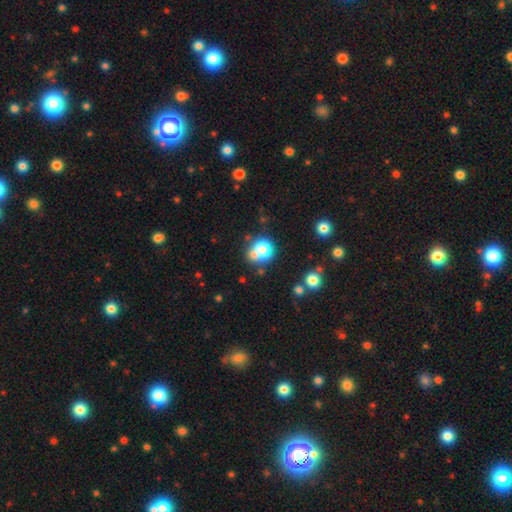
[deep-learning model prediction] Smooth or featured? Predicted: smooth (p=0.69). How rounded? Predicted: round (p=0.77). Merging? Predicted: none (p=0.48).